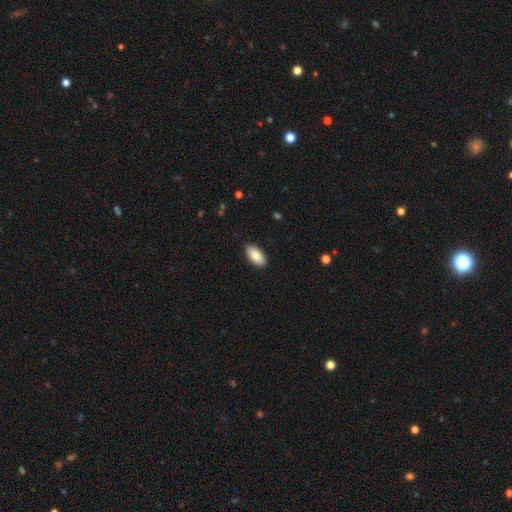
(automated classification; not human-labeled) Q: Smooth or featured?
A: smooth (83%); runner-up: featured or disk (11%)
Q: How rounded?
A: in between (94%); runner-up: cigar-shaped (3%)
Q: Merging?
A: none (90%); runner-up: minor disturbance (7%)